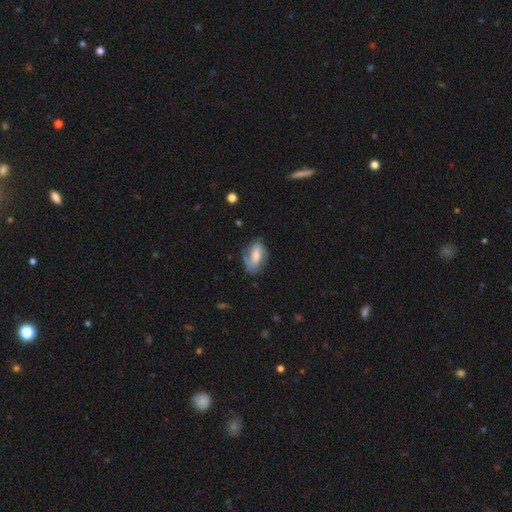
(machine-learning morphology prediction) featured or disk 47%, smooth 46%, star or artifact 8%. Down the decision tree: merging — none (59%).